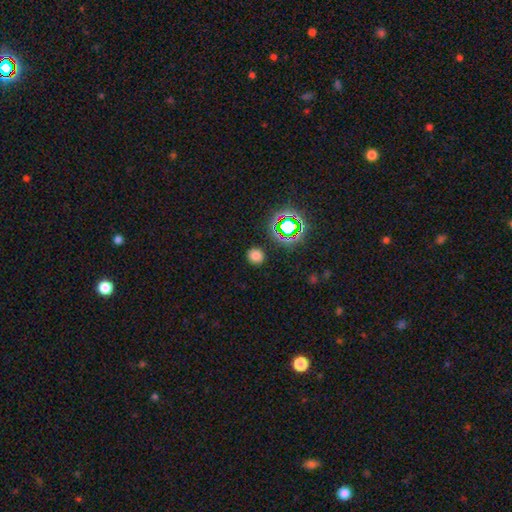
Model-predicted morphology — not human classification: Smooth or featured? Predicted: smooth (p=0.74). How rounded? Predicted: round (p=0.82). Merging? Predicted: none (p=0.88).